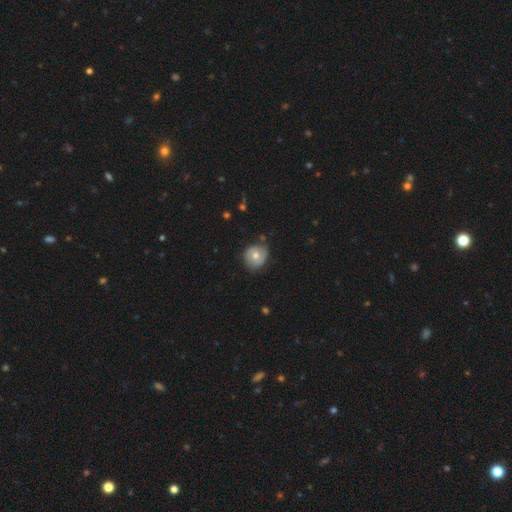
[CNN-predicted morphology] smooth-or-featured: smooth: 55% | featured or disk: 38% | star or artifact: 7%
  how-rounded: round: 80% | in between: 19% | cigar-shaped: 1%
  merging: none: 71% | minor disturbance: 22% | major disturbance: 5% | merger: 2%